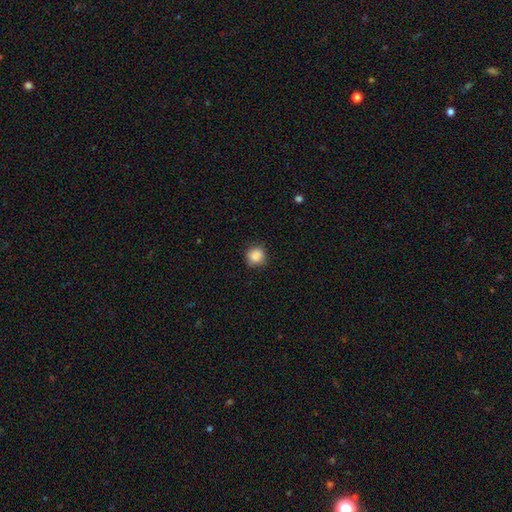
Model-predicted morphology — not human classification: smooth 87%, star or artifact 9%, featured or disk 4%. Down the decision tree: how rounded — round (88%); merging — none (83%).